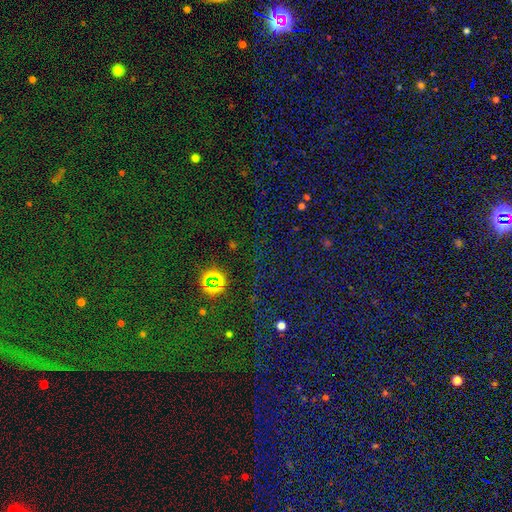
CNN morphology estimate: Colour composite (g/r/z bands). It shows a star or artifact, not a galaxy (78%).